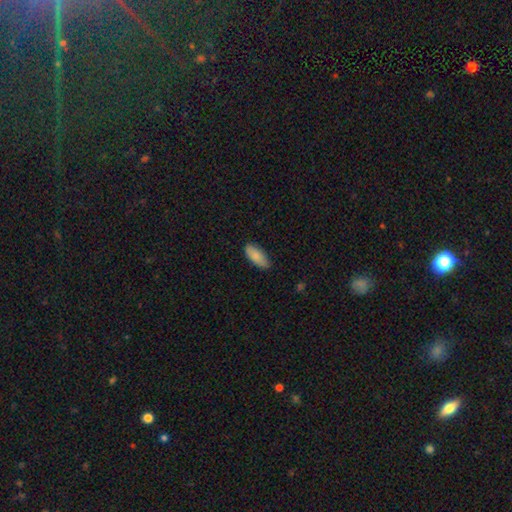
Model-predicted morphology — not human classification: This is clearly a smooth galaxy (86%). How rounded: clearly in between (82%). Merging: clearly none (83%).